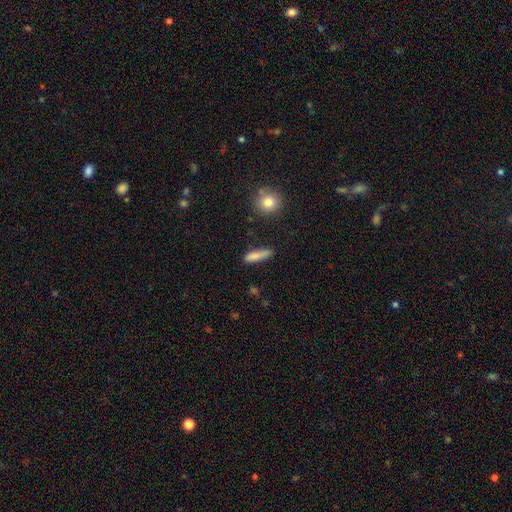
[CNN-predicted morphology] Smooth or featured: smooth — 82% (featured or disk — 10%)
How rounded: cigar-shaped — 74% (in between — 24%)
Merging: none — 75% (minor disturbance — 18%)